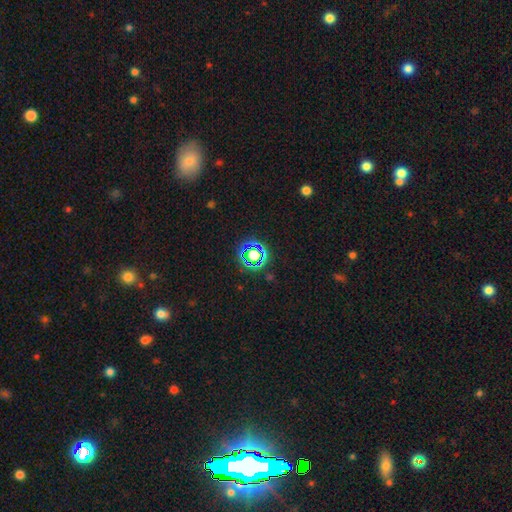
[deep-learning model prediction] star or artifact 58%, smooth 32%, featured or disk 11%.